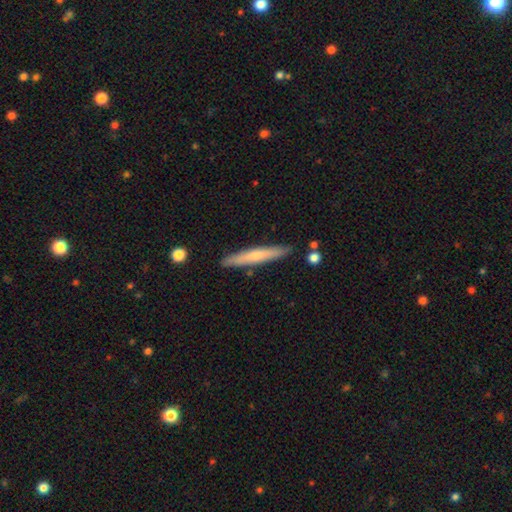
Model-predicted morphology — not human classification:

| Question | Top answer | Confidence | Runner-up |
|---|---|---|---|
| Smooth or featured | smooth | 54% | featured or disk (40%) |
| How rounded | cigar-shaped | 94% | in between (5%) |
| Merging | none | 86% | minor disturbance (9%) |